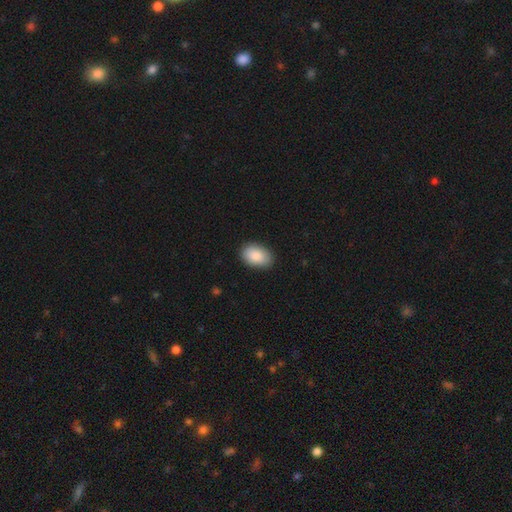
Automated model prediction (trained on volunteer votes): A smooth galaxy with no disk features (89%) that is in between round and cigar-shaped (89%).

Vote fractions:
- Smooth or featured? smooth: 89% / star or artifact: 6% / featured or disk: 5%
- How rounded? in between: 89% / round: 10% / cigar-shaped: 1%
- Merging? none: 87% / minor disturbance: 10% / major disturbance: 2% / merger: 1%